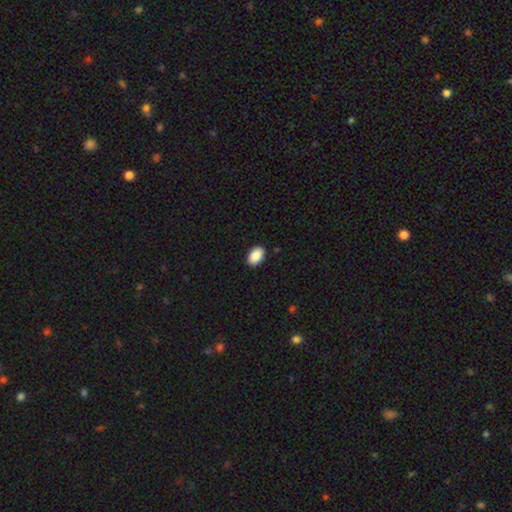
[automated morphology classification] A smooth galaxy with no disk features (90%) that is in between round and cigar-shaped (91%).

Vote fractions:
- Smooth or featured? smooth: 90% / star or artifact: 7% / featured or disk: 3%
- How rounded? in between: 91% / round: 8% / cigar-shaped: 1%
- Merging? none: 89% / minor disturbance: 8% / major disturbance: 2% / merger: 1%